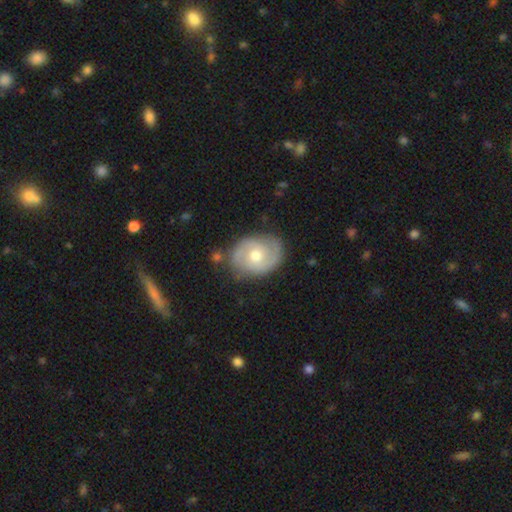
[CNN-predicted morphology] This is likely a featured or disk galaxy (75%). It is clearly not viewed edge-on (97%). Bar: likely no (67%). Spiral arm pattern: clearly yes (90%). Spiral arm count: clearly 2 (81%). Spiral winding: possibly tight (45%). Central bulge: likely moderate (72%). Merging: likely none (78%).